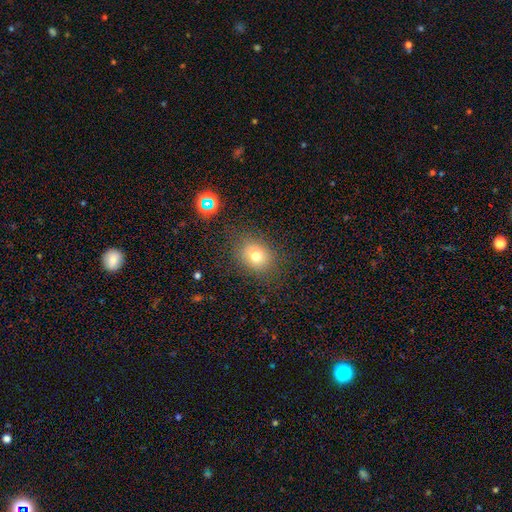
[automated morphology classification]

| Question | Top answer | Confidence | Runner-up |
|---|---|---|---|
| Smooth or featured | smooth | 75% | star or artifact (15%) |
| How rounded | round | 61% | in between (38%) |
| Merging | none | 79% | minor disturbance (13%) |